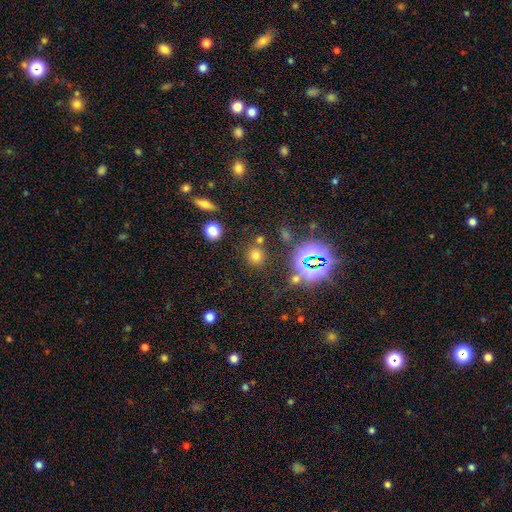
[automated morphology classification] smooth-or-featured: smooth: 66% | star or artifact: 26% | featured or disk: 8%
  how-rounded: round: 83% | in between: 16% | cigar-shaped: 1%
  merging: none: 77% | minor disturbance: 9% | merger: 9% | major disturbance: 4%